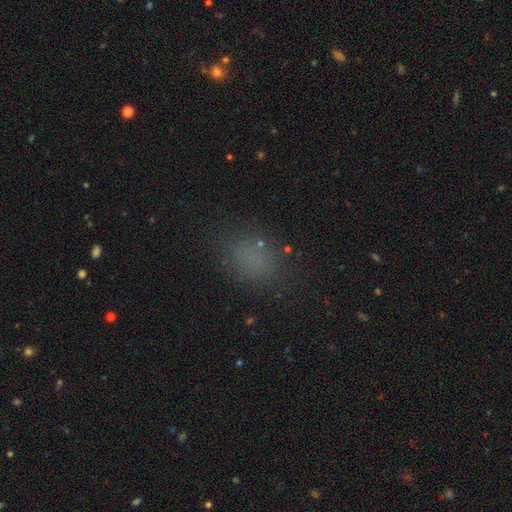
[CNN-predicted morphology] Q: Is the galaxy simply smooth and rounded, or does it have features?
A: smooth — 71%.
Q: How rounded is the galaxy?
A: in between — 65%.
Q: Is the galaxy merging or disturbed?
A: none — 79%.